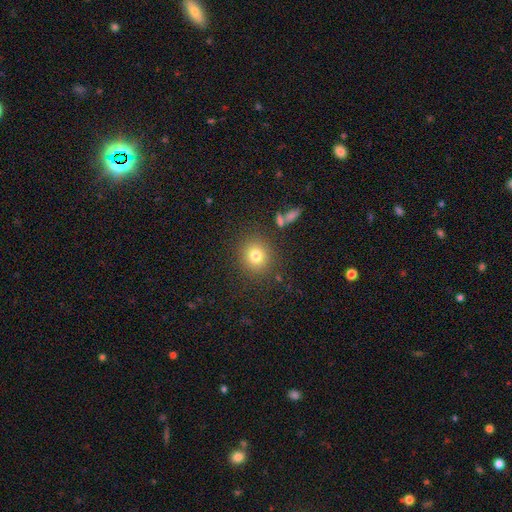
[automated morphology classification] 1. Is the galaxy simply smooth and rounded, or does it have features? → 77% smooth, 14% star or artifact, 9% featured or disk.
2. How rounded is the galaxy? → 89% round, 10% in between, 1% cigar-shaped.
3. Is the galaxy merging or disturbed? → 85% none, 8% minor disturbance, 4% major disturbance, 3% merger.